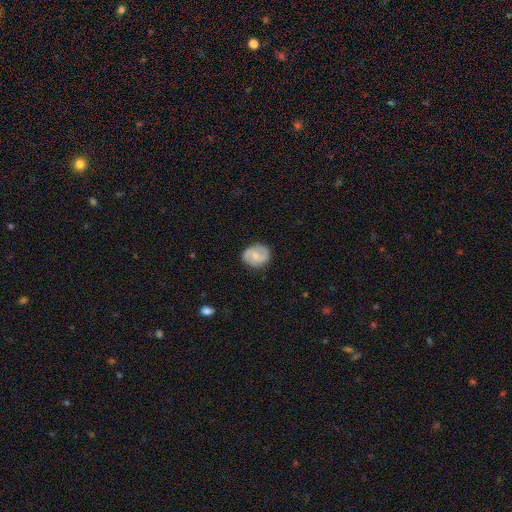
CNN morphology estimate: Q: Smooth or featured?
A: featured or disk (60%); runner-up: smooth (34%)
Q: Edge-on disk?
A: no (97%); runner-up: yes (3%)
Q: Bar?
A: weak (50%); runner-up: no (37%)
Q: Spiral arms?
A: yes (87%); runner-up: no (13%)
Q: Spiral winding?
A: medium (47%); runner-up: tight (28%)
Q: Spiral arm count?
A: 2 (88%); runner-up: can't tell (7%)
Q: Bulge size?
A: small (52%); runner-up: moderate (40%)
Q: Merging?
A: none (83%); runner-up: minor disturbance (12%)